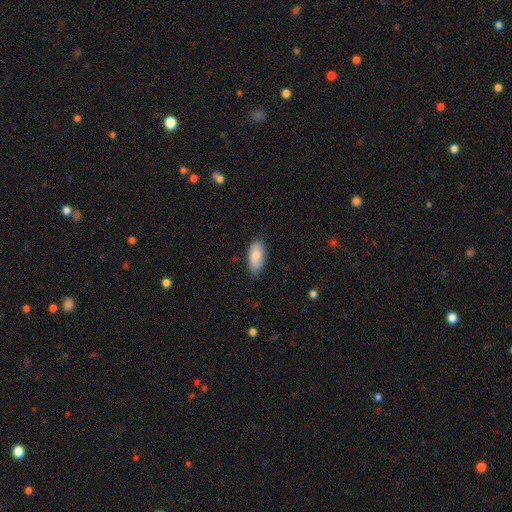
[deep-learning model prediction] Smooth or featured? smooth (82%)
How rounded? in between (87%)
Merging? none (82%)